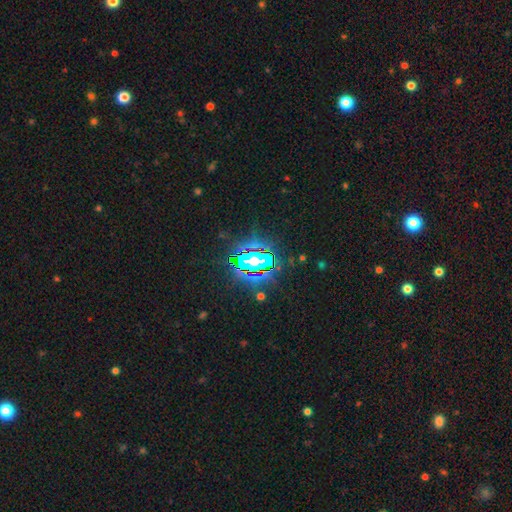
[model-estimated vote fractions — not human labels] The model was most divided on "smooth or featured": star or artifact: 83%, smooth: 10%, featured or disk: 8%.